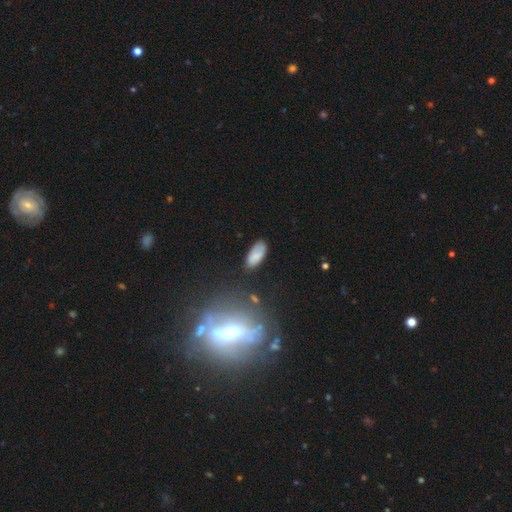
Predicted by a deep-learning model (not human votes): Smooth or featured?
  - smooth: 77% *
  - featured or disk: 14%
  - star or artifact: 9%
How rounded?
  - in between: 88% *
  - cigar-shaped: 10%
  - round: 2%
Merging?
  - none: 75% *
  - minor disturbance: 19%
  - major disturbance: 4%
  - merger: 2%